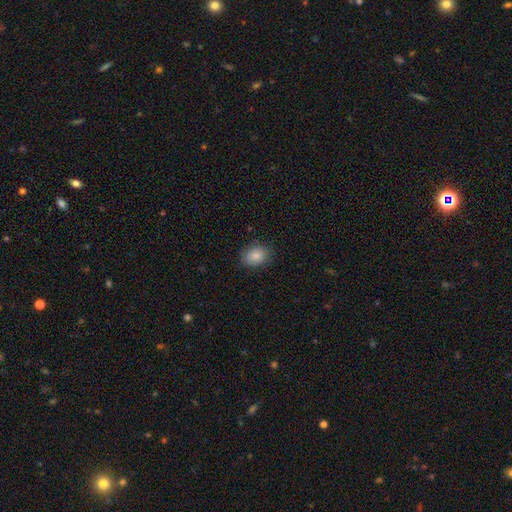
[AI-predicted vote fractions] Morphology: type=smooth (85%); roundness=in between (63%); merging=none (84%).